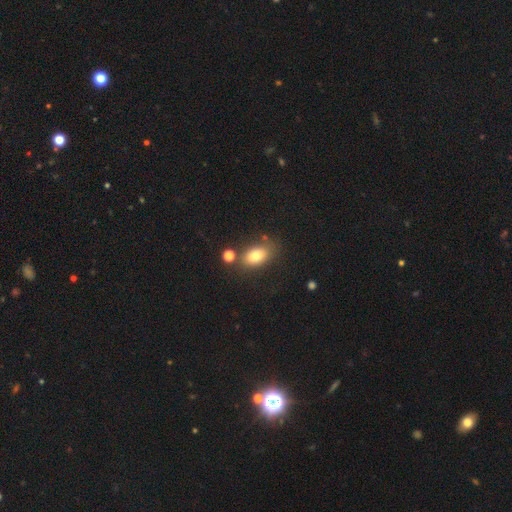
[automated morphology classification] Smooth or featured?
  - smooth: 78% *
  - featured or disk: 12%
  - star or artifact: 10%
How rounded?
  - in between: 86% *
  - round: 11%
  - cigar-shaped: 3%
Merging?
  - none: 72% *
  - minor disturbance: 13%
  - merger: 10%
  - major disturbance: 5%